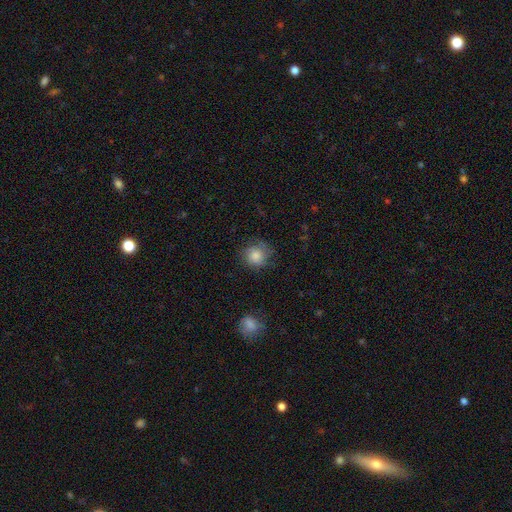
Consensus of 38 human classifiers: A smooth galaxy with no disk features (89%) that is round (88%).

Vote fractions:
- Smooth or featured? smooth: 89% / featured or disk: 8% / star or artifact: 3%
- How rounded? round: 88% / in between: 12% / cigar-shaped: 0%
- Merging? none: 54% / minor disturbance: 30% / major disturbance: 14% / merger: 3%